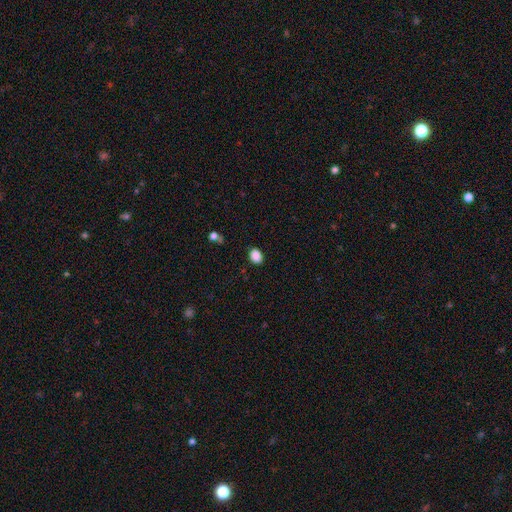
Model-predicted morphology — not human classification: The model was most divided on "how rounded": in between: 61%, round: 38%, cigar-shaped: 1%. More confident: smooth or featured — smooth (88%); merging — none (87%).